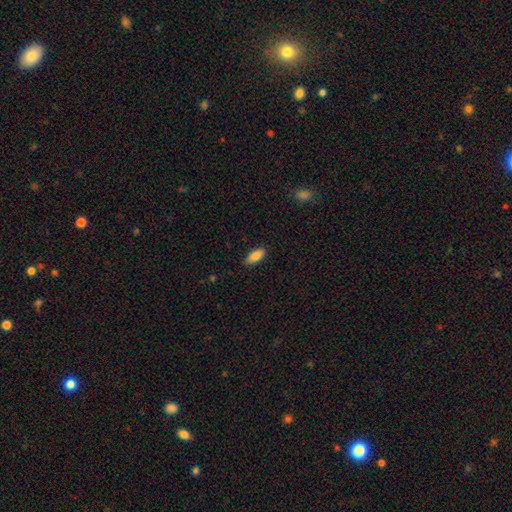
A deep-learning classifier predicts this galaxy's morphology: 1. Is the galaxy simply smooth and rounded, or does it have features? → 85% smooth, 9% featured or disk, 7% star or artifact.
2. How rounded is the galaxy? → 81% in between, 17% cigar-shaped, 2% round.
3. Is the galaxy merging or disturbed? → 85% none, 12% minor disturbance, 2% major disturbance, 1% merger.